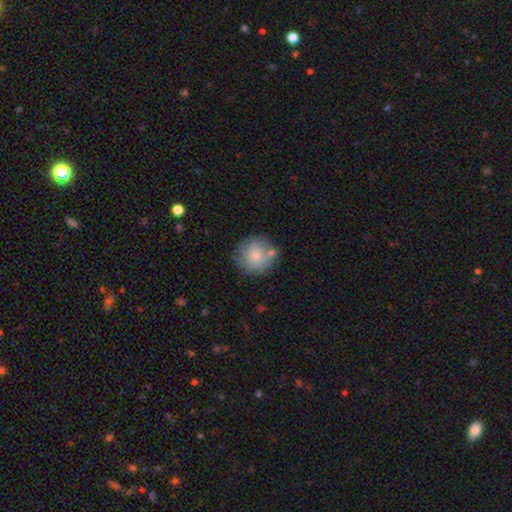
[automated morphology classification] smooth_or_featured: smooth (p=0.73) [alt: featured or disk p=0.20]
how_rounded: round (p=0.92) [alt: in between p=0.07]
merging: none (p=0.65) [alt: minor disturbance p=0.18]